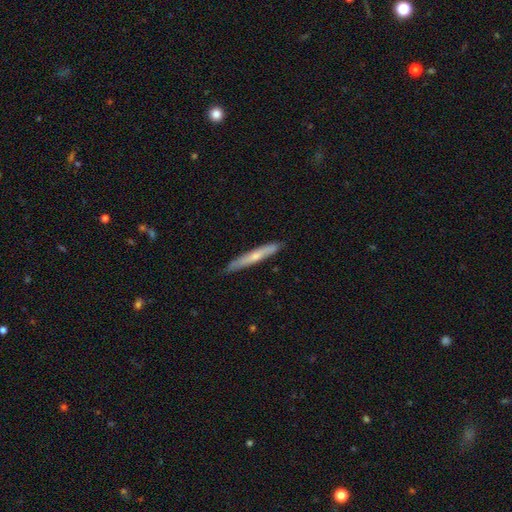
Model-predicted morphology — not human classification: This is possibly a smooth galaxy (51%). How rounded: clearly cigar-shaped (95%). Merging: clearly none (85%).